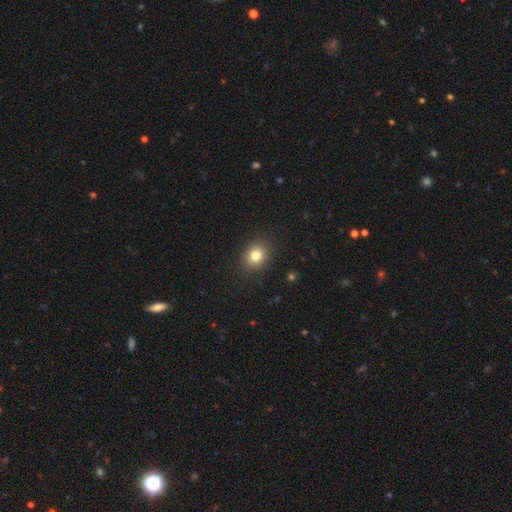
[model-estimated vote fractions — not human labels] The model was most divided on "how rounded": round: 64%, in between: 35%, cigar-shaped: 1%. More confident: merging — none (89%); smooth or featured — smooth (81%).